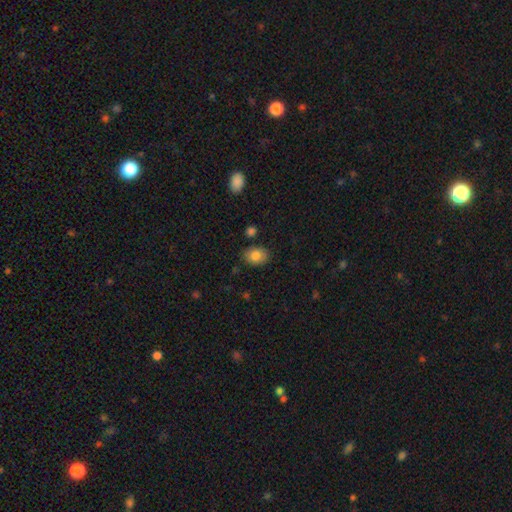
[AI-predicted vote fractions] The model was most divided on "how rounded": in between: 72%, round: 27%, cigar-shaped: 1%. More confident: merging — none (83%); smooth or featured — smooth (82%).